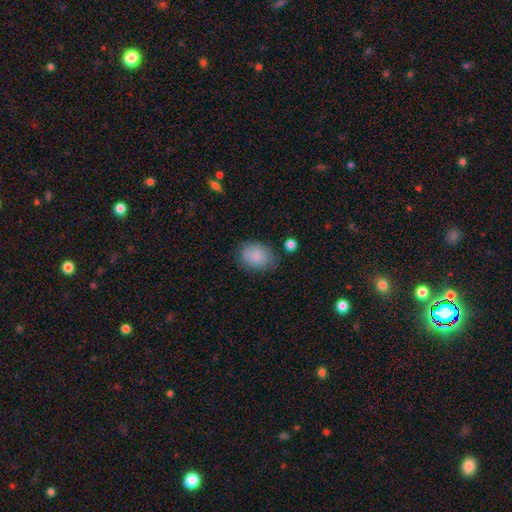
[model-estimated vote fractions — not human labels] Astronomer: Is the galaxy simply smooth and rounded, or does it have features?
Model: smooth — 87%.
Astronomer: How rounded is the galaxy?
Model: in between — 66%.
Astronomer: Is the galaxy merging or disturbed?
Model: none — 75%.